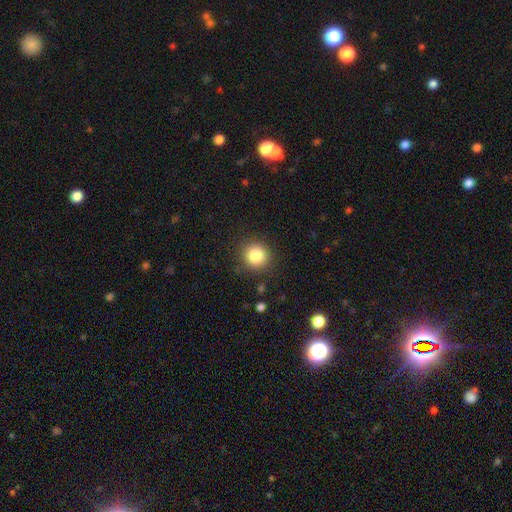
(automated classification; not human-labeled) smooth-or-featured: smooth: 84% | star or artifact: 11% | featured or disk: 6%
  how-rounded: round: 91% | in between: 8% | cigar-shaped: 1%
  merging: none: 88% | minor disturbance: 8% | major disturbance: 3% | merger: 1%